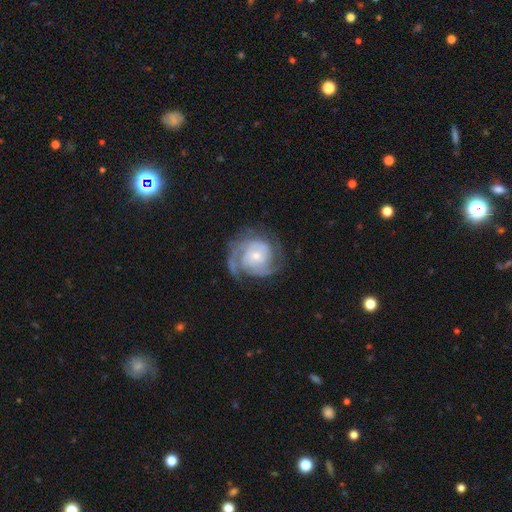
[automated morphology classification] This is clearly a featured or disk galaxy (84%). It is clearly not viewed edge-on (98%). Bar: likely no (60%). Spiral arm pattern: clearly yes (95%). Spiral arm count: marginally 2 (40%). Spiral winding: possibly tight (56%). Central bulge: likely small (61%). Merging: likely none (65%).